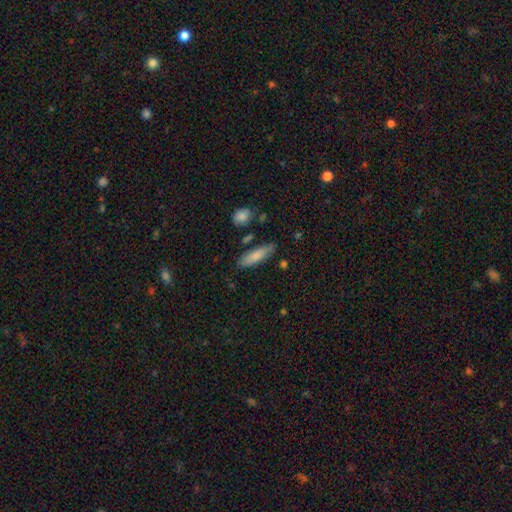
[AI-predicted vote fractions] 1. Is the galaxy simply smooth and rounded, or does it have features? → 80% smooth, 14% featured or disk, 6% star or artifact.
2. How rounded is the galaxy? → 57% cigar-shaped, 41% in between, 2% round.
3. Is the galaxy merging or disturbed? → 82% none, 12% minor disturbance, 3% merger, 3% major disturbance.